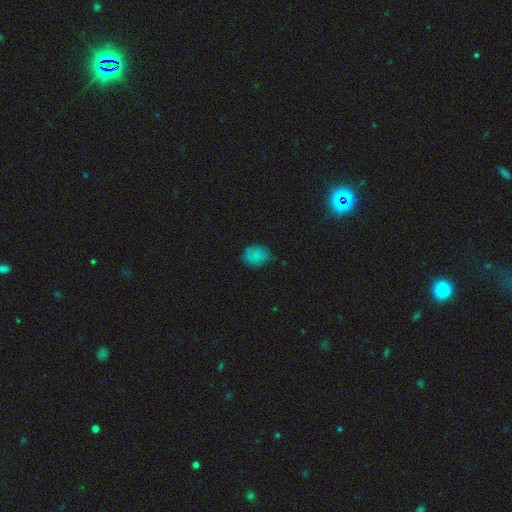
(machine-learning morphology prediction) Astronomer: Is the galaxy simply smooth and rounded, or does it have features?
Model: smooth — 79%.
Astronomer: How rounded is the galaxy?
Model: round — 56% (runner-up: in between, 43%).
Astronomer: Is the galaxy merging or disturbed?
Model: none — 62%.